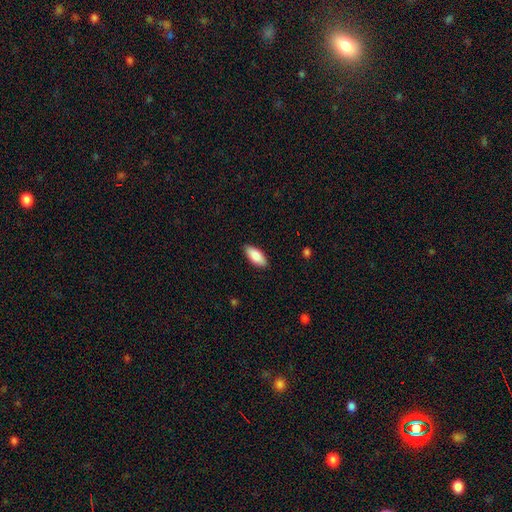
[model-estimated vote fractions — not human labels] A smooth galaxy with no disk features (87%) that is in between round and cigar-shaped (85%).

Vote fractions:
- Smooth or featured? smooth: 87% / featured or disk: 7% / star or artifact: 6%
- How rounded? in between: 85% / cigar-shaped: 14% / round: 2%
- Merging? none: 88% / minor disturbance: 9% / major disturbance: 2% / merger: 1%